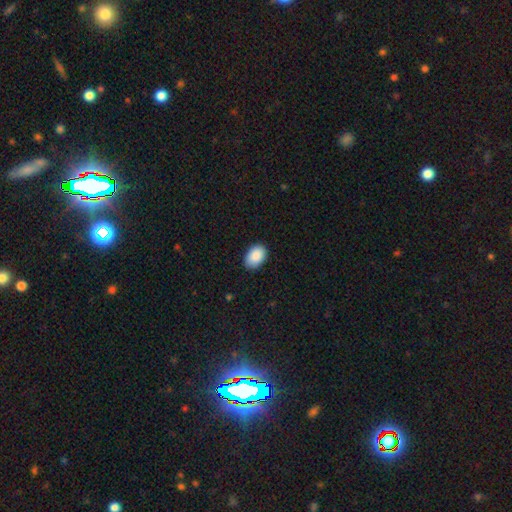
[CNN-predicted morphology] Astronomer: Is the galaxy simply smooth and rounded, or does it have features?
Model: smooth — 89%.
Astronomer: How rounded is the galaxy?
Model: in between — 86%.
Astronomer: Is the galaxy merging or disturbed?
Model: none — 87%.